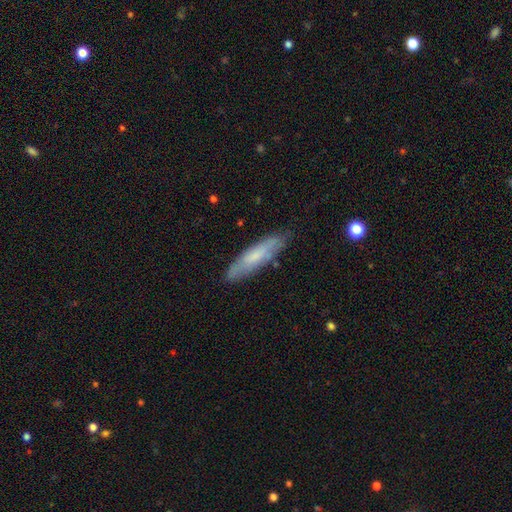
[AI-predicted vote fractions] smooth 60%, featured or disk 34%, star or artifact 6%. Down the decision tree: how rounded — cigar-shaped (75%); merging — none (80%).